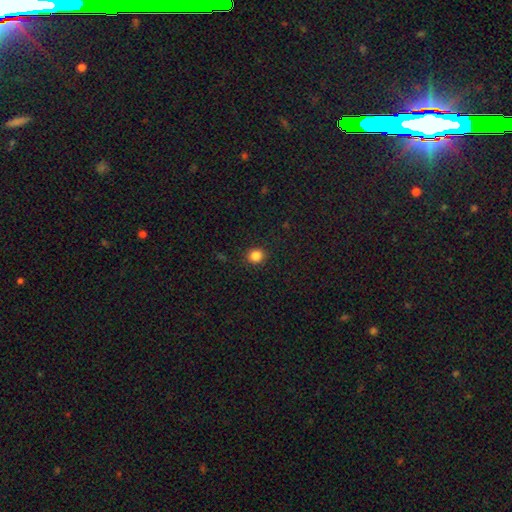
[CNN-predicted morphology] Overall: smooth (84%). How rounded: round (88%). Merging: none (91%).